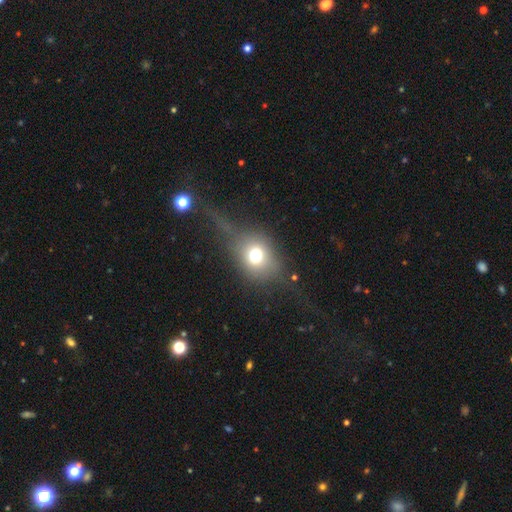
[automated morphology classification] smooth 61%, featured or disk 24%, star or artifact 14%. Down the decision tree: how rounded — round (55%); merging — none (52%).